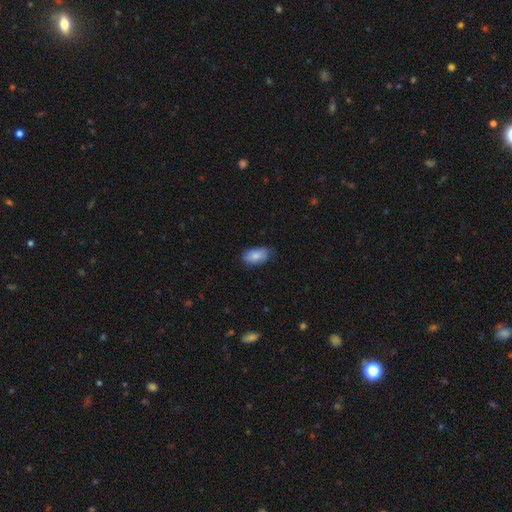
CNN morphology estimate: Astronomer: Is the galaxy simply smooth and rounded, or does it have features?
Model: smooth — 83%.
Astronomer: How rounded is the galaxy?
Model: in between — 93%.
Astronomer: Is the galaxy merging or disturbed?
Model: none — 73%.